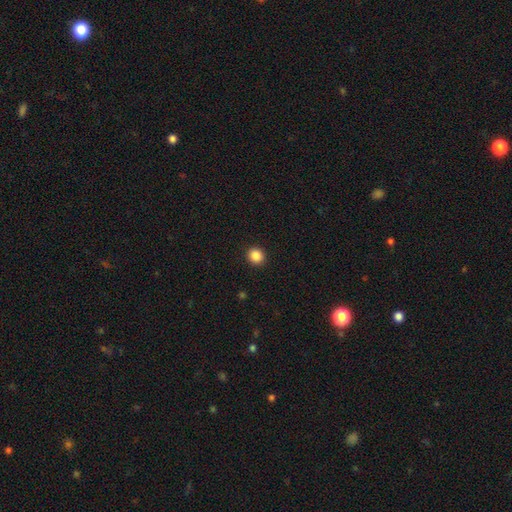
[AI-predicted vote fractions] The model was most divided on "how rounded": round: 85%, in between: 14%, cigar-shaped: 1%. More confident: merging — none (92%); smooth or featured — smooth (87%).